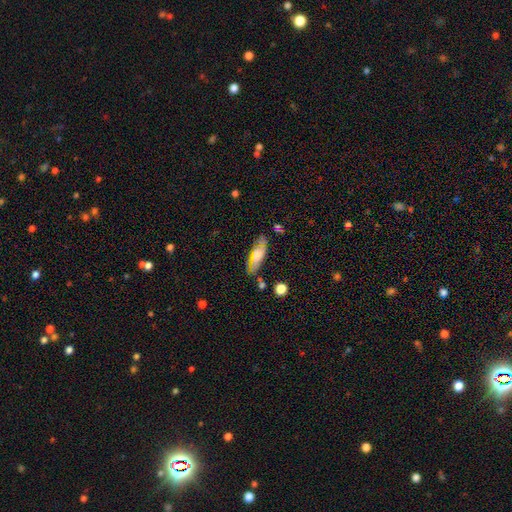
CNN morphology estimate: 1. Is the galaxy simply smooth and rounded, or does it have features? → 55% smooth, 36% featured or disk, 9% star or artifact.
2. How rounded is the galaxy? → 65% in between, 32% cigar-shaped, 3% round.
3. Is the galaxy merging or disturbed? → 65% none, 22% minor disturbance, 8% major disturbance, 5% merger.